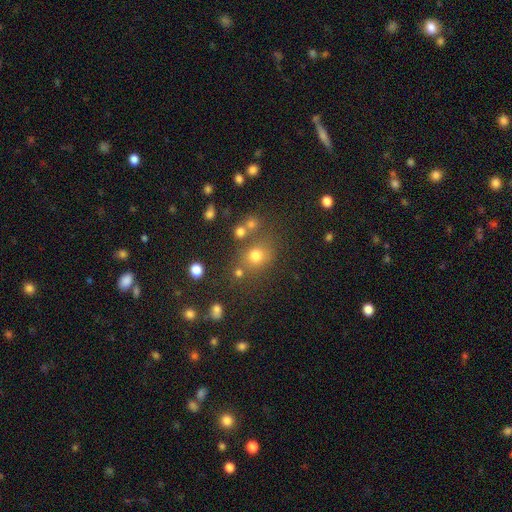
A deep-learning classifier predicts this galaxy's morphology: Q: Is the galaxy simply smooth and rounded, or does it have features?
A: smooth — 71%.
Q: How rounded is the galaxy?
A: round — 76%.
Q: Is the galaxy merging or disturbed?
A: none — 67%.